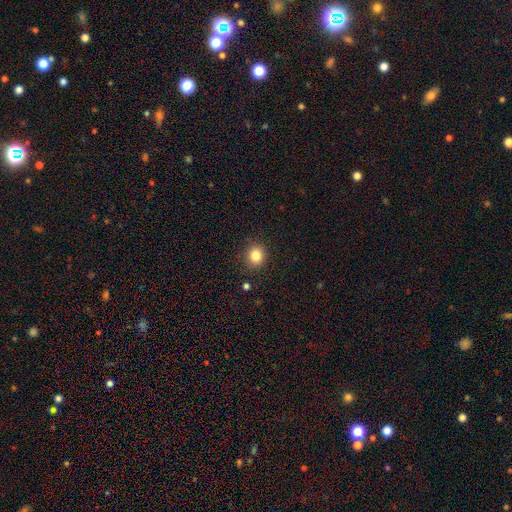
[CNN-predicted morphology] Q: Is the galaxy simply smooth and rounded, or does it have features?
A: smooth — 83%.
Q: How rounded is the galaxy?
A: round — 83%.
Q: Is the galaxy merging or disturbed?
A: none — 89%.